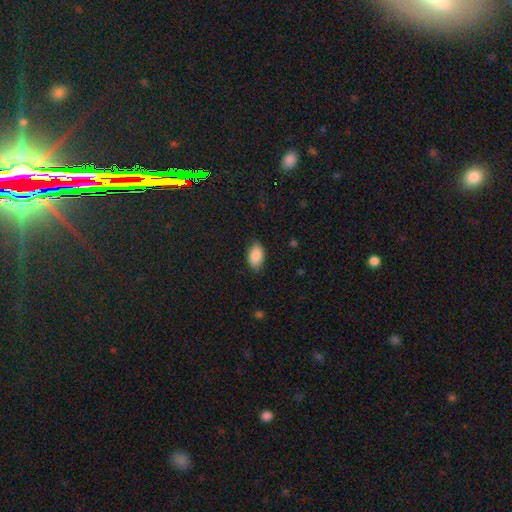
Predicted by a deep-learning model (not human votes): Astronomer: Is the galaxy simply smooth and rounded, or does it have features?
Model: smooth — 89%.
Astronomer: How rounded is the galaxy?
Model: in between — 93%.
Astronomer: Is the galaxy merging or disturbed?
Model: none — 84%.